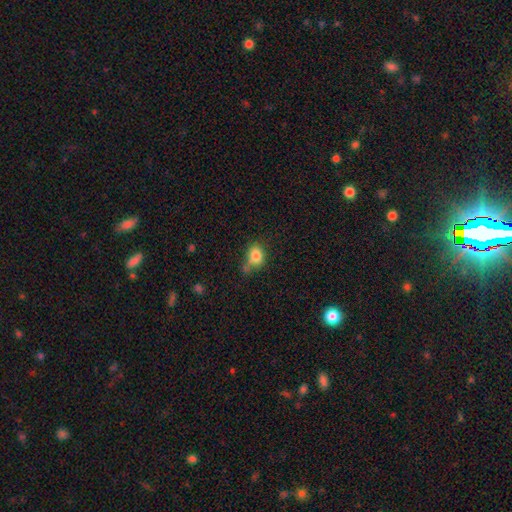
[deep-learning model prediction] Smooth or featured? smooth (83%)
How rounded? in between (53%)
Merging? none (55%)